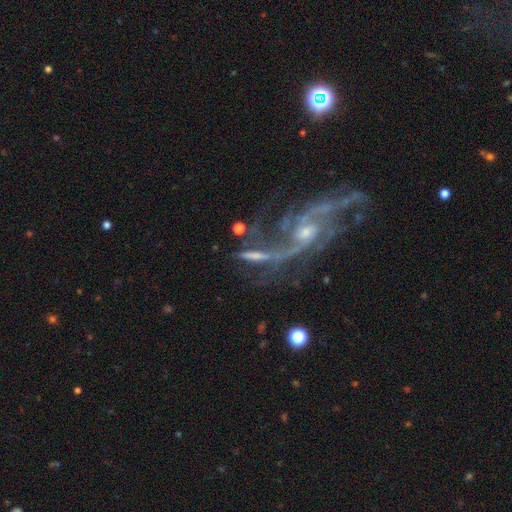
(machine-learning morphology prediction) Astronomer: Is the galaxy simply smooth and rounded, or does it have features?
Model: featured or disk — 79%.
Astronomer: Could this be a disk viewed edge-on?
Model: no — 86%.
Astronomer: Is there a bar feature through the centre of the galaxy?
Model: no — 48% (runner-up: weak, 34%).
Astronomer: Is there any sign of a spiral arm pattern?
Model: yes — 88%.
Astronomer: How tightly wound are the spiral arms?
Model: loose — 49% (runner-up: medium, 34%).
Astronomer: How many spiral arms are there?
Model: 2 — 53%.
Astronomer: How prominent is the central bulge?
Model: small — 52% (runner-up: moderate, 30%).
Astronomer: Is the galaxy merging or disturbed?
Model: none — 39% (runner-up: major disturbance, 24%).